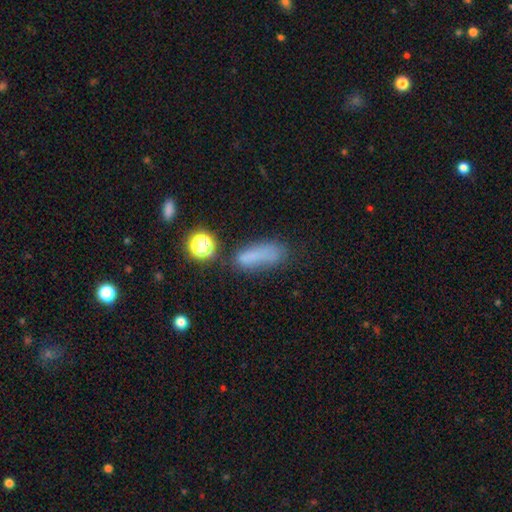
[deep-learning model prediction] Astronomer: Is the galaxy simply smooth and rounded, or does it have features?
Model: smooth — 70%.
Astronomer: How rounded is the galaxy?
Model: in between — 57% (runner-up: cigar-shaped, 38%).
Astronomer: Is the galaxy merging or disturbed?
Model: none — 48% (runner-up: minor disturbance, 26%).